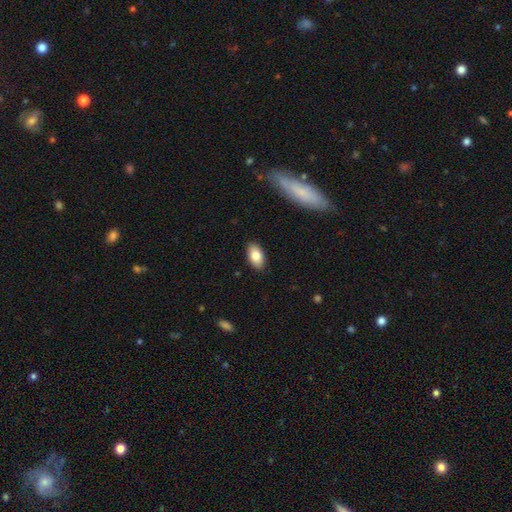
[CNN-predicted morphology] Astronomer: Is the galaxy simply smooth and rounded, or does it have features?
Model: smooth — 82%.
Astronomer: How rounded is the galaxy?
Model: in between — 93%.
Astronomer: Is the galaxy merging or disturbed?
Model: none — 89%.